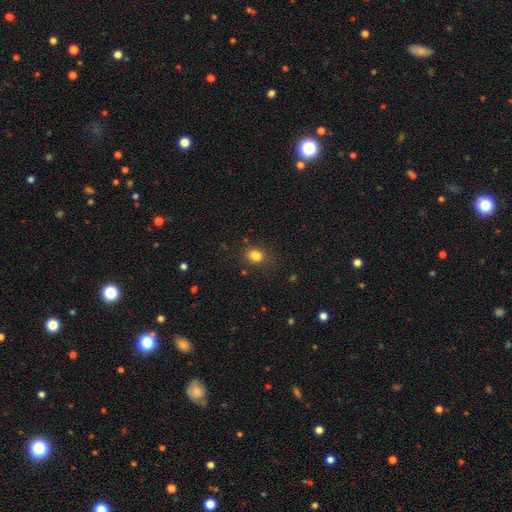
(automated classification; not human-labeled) The model was most divided on "how rounded": in between: 56%, round: 43%, cigar-shaped: 1%. More confident: smooth or featured — smooth (83%); merging — none (75%).